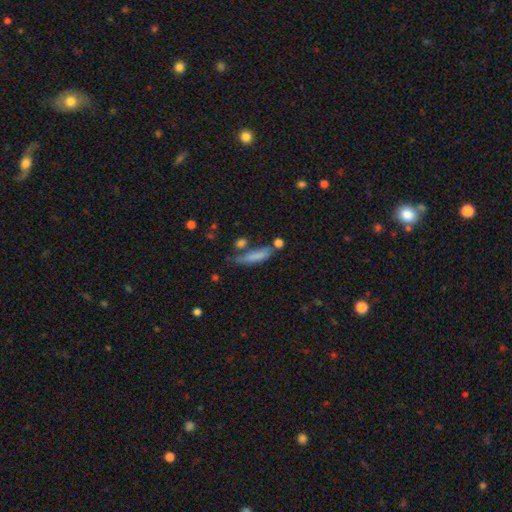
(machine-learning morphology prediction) This is likely a smooth galaxy (74%). How rounded: likely cigar-shaped (70%). Merging: possibly none (50%).